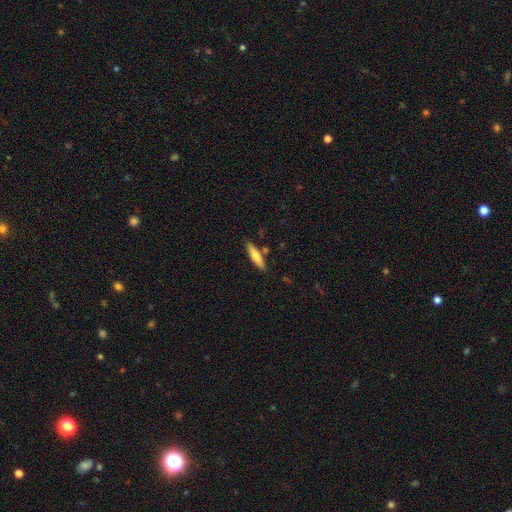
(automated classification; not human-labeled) Q: Smooth or featured?
A: smooth (60%); runner-up: featured or disk (34%)
Q: How rounded?
A: cigar-shaped (77%); runner-up: in between (21%)
Q: Merging?
A: none (82%); runner-up: minor disturbance (10%)